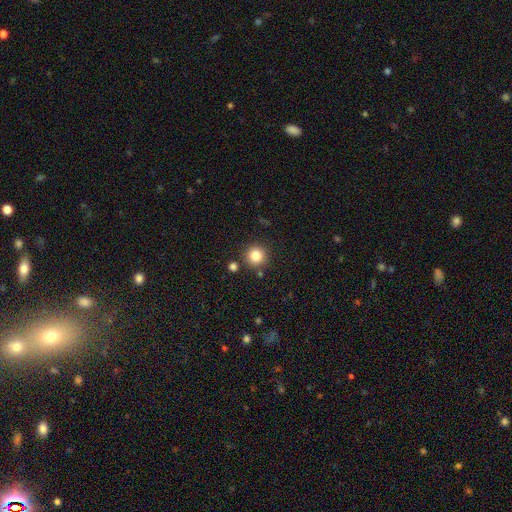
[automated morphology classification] This appears to be a smooth galaxy with no disk features (83%) that is round (94%). Merging: none (85%).